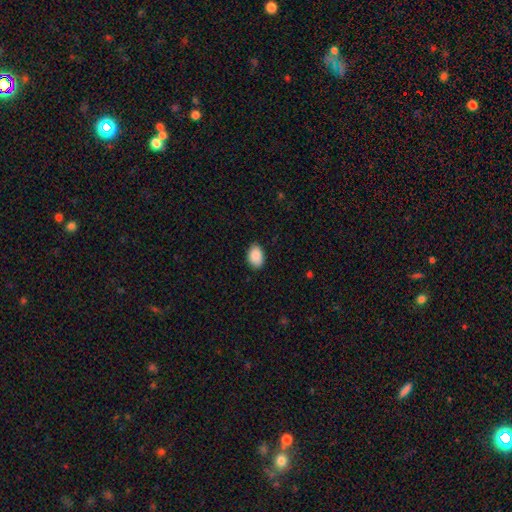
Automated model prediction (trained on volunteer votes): smooth-or-featured: smooth: 89% | star or artifact: 7% | featured or disk: 4%
  how-rounded: in between: 87% | round: 12% | cigar-shaped: 1%
  merging: none: 86% | minor disturbance: 11% | major disturbance: 2% | merger: 1%